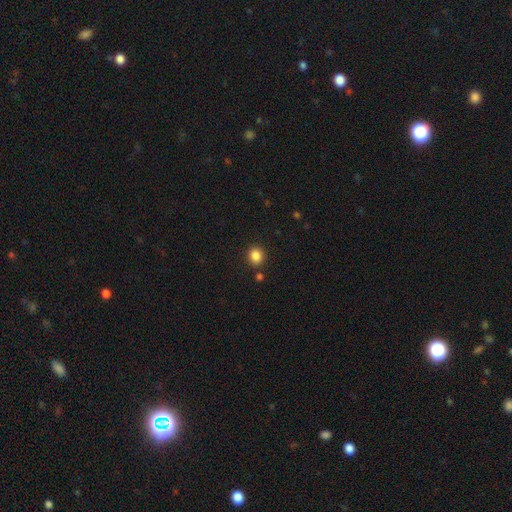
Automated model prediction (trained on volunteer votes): Overall: smooth (86%). How rounded: round (70%). Merging: none (85%).